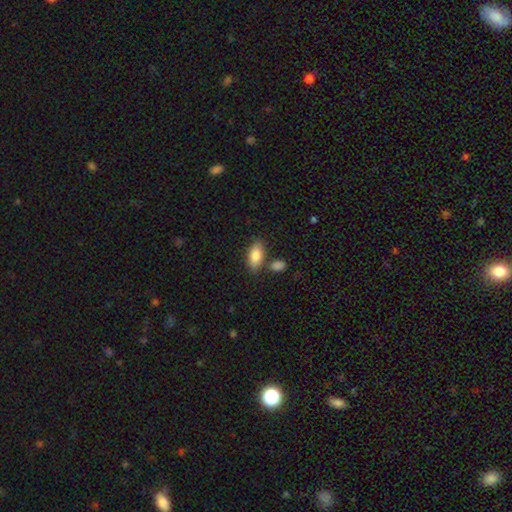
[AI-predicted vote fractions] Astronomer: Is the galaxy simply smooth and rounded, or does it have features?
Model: smooth — 85%.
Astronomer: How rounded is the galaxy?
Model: in between — 90%.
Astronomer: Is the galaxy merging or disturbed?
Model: none — 73%.